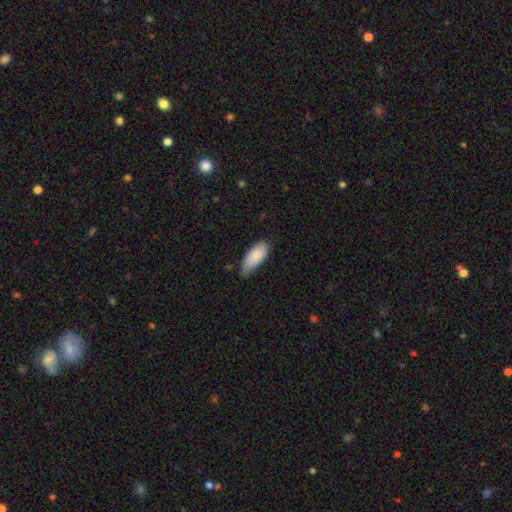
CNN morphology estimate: Smooth or featured? smooth (86%)
How rounded? in between (86%)
Merging? none (58%)